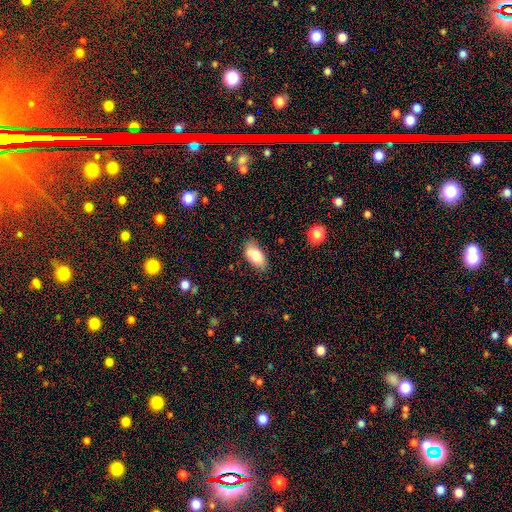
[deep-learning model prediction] Smooth or featured? Predicted: smooth (p=0.77). How rounded? Predicted: in between (p=0.92). Merging? Predicted: none (p=0.78).